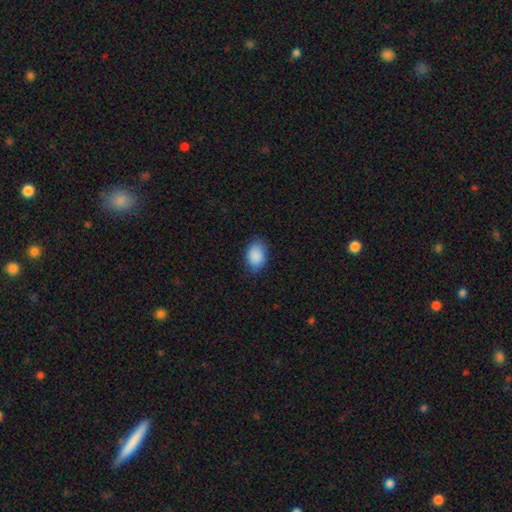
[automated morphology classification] smooth_or_featured: smooth (p=0.90) [alt: star or artifact p=0.07]
how_rounded: in between (p=0.83) [alt: round p=0.16]
merging: none (p=0.82) [alt: minor disturbance p=0.14]